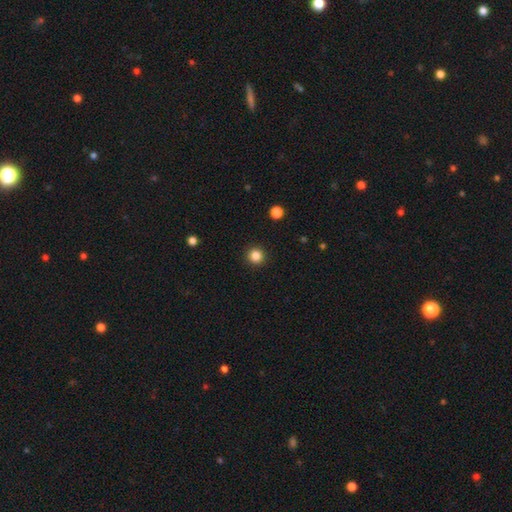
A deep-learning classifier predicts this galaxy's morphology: Smooth or featured: smooth — 85% (star or artifact — 12%)
How rounded: round — 95% (in between — 4%)
Merging: none — 93% (minor disturbance — 4%)